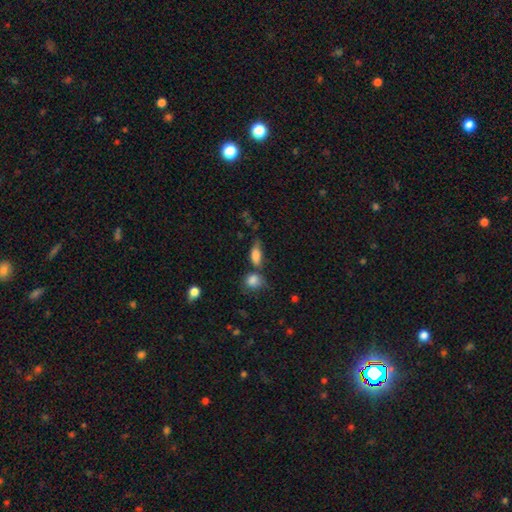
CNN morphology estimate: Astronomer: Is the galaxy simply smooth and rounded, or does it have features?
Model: smooth — 80%.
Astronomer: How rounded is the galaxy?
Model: in between — 79%.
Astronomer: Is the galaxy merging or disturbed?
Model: none — 36% (runner-up: merger, 30%).